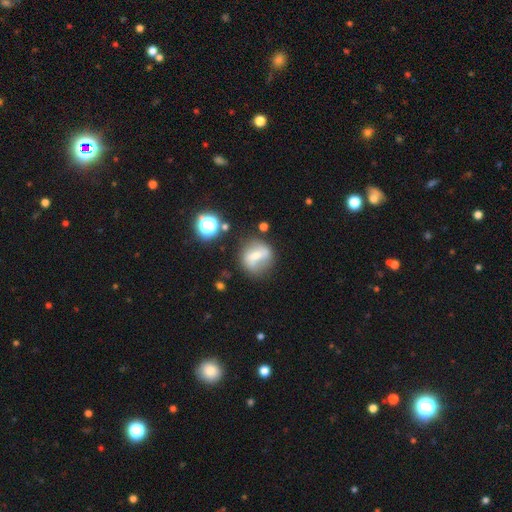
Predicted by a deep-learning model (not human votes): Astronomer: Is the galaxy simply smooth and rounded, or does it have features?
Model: featured or disk — 50% (runner-up: smooth, 39%).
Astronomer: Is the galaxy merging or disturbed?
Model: none — 61%.